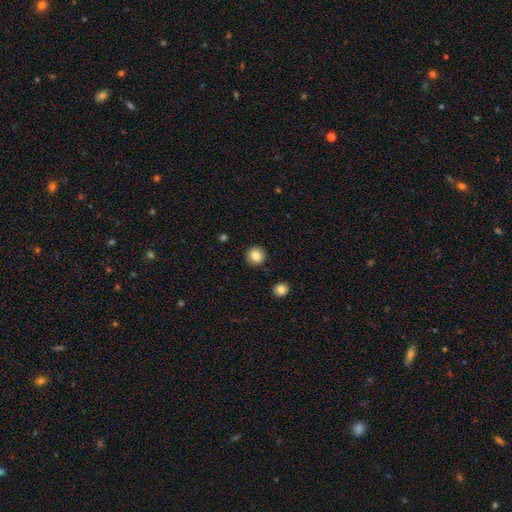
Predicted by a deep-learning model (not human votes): Smooth or featured?
  - smooth: 86% *
  - star or artifact: 9%
  - featured or disk: 5%
How rounded?
  - round: 92% *
  - in between: 7%
  - cigar-shaped: 1%
Merging?
  - none: 92% *
  - minor disturbance: 5%
  - major disturbance: 2%
  - merger: 1%